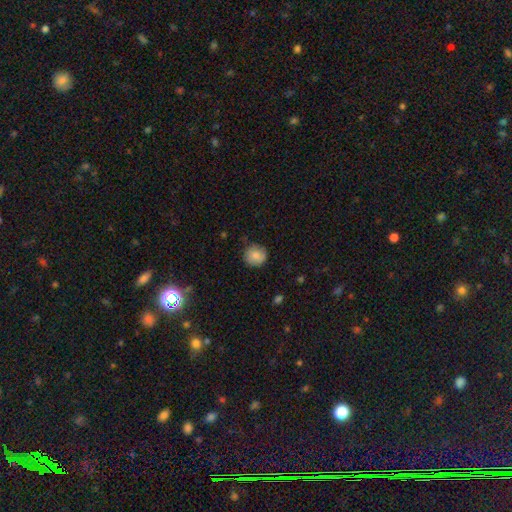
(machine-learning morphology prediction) Q: Smooth or featured?
A: smooth (82%); runner-up: featured or disk (10%)
Q: How rounded?
A: round (90%); runner-up: in between (9%)
Q: Merging?
A: none (81%); runner-up: minor disturbance (15%)